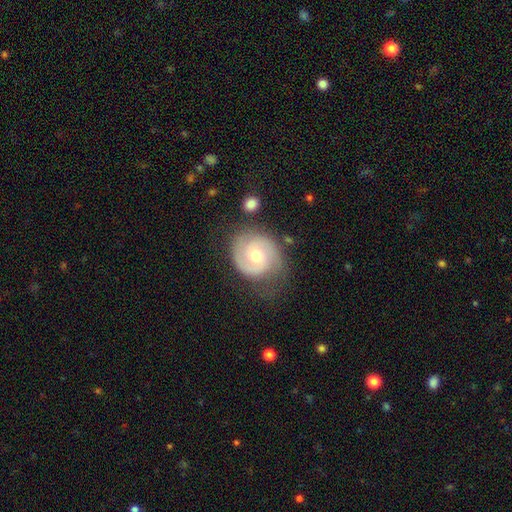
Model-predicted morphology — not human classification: Q: Smooth or featured?
A: featured or disk (78%); runner-up: smooth (17%)
Q: Edge-on disk?
A: no (98%); runner-up: yes (2%)
Q: Bar?
A: no (55%); runner-up: weak (39%)
Q: Spiral arms?
A: yes (93%); runner-up: no (7%)
Q: Spiral winding?
A: tight (51%); runner-up: medium (38%)
Q: Spiral arm count?
A: 2 (74%); runner-up: can't tell (11%)
Q: Bulge size?
A: moderate (72%); runner-up: small (19%)
Q: Merging?
A: none (64%); runner-up: minor disturbance (22%)